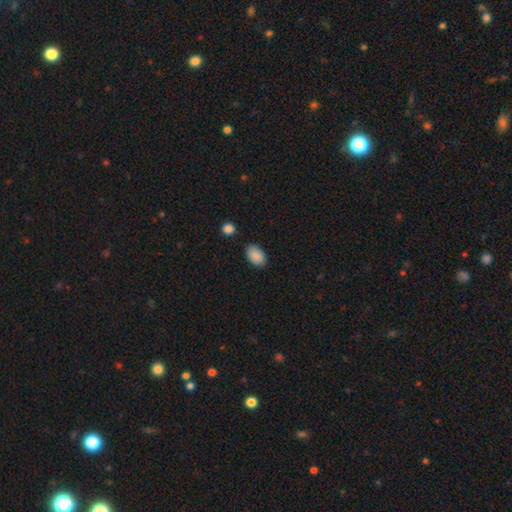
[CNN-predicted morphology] smooth-or-featured: smooth: 90% | star or artifact: 7% | featured or disk: 3%
  how-rounded: in between: 88% | round: 10% | cigar-shaped: 1%
  merging: none: 83% | minor disturbance: 12% | major disturbance: 3% | merger: 2%